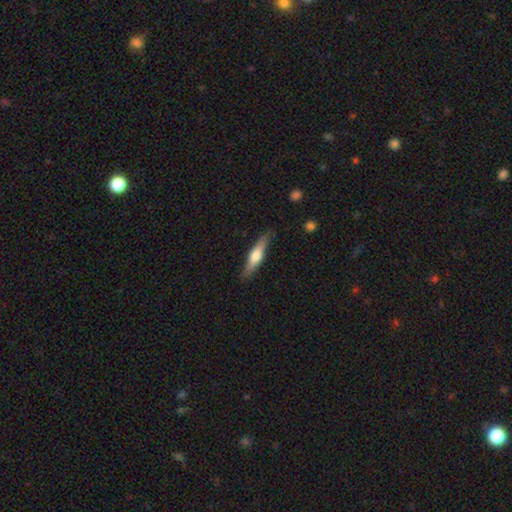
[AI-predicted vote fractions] Morphology: type=featured or disk (49%); merging=none (85%).